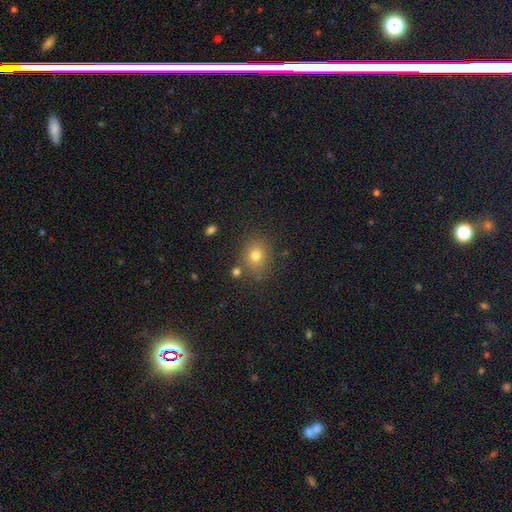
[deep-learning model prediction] The model was most divided on "how rounded": round: 67%, in between: 32%, cigar-shaped: 1%. More confident: merging — none (77%); smooth or featured — smooth (75%).